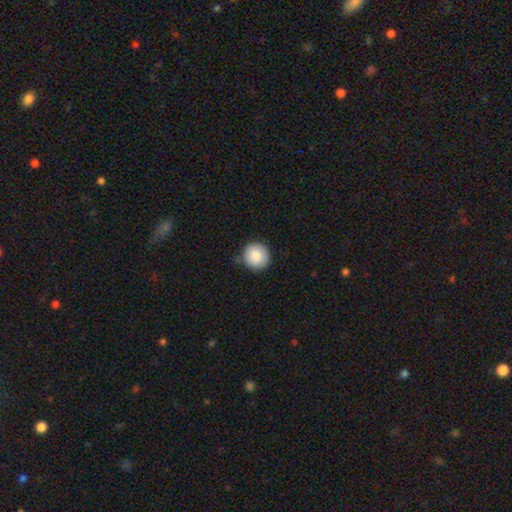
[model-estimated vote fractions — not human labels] A smooth galaxy with no disk features (88%) that is round (94%).

Vote fractions:
- Smooth or featured? smooth: 88% / star or artifact: 7% / featured or disk: 5%
- How rounded? round: 94% / in between: 5% / cigar-shaped: 1%
- Merging? none: 80% / minor disturbance: 15% / major disturbance: 3% / merger: 2%